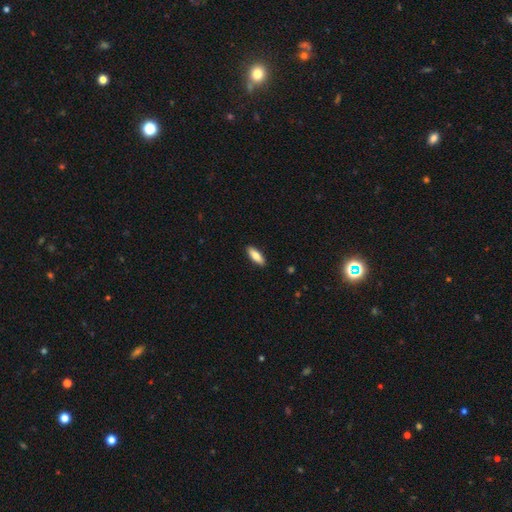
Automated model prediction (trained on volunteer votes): A smooth galaxy with no disk features (76%) that is in between round and cigar-shaped (60%).

Vote fractions:
- Smooth or featured? smooth: 76% / featured or disk: 18% / star or artifact: 6%
- How rounded? in between: 60% / cigar-shaped: 38% / round: 2%
- Merging? none: 90% / minor disturbance: 7% / major disturbance: 2% / merger: 1%